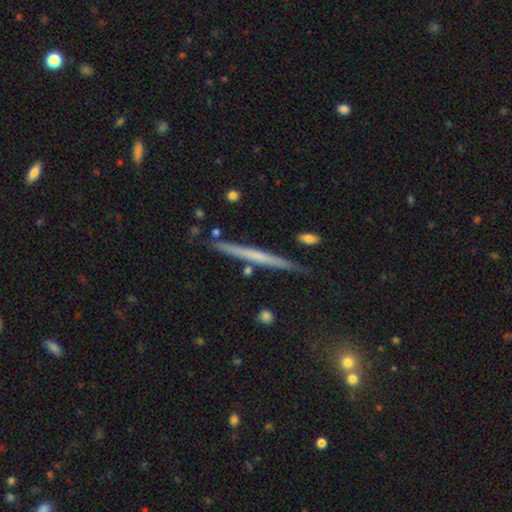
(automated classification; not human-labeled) smooth-or-featured: featured or disk: 54% | smooth: 40% | star or artifact: 6%
  disk-edge-on: yes: 97% | no: 3%
    edge-on-bulge: none: 84% | rounded: 11% | boxy: 4%
  merging: none: 87% | minor disturbance: 9% | merger: 2% | major disturbance: 2%